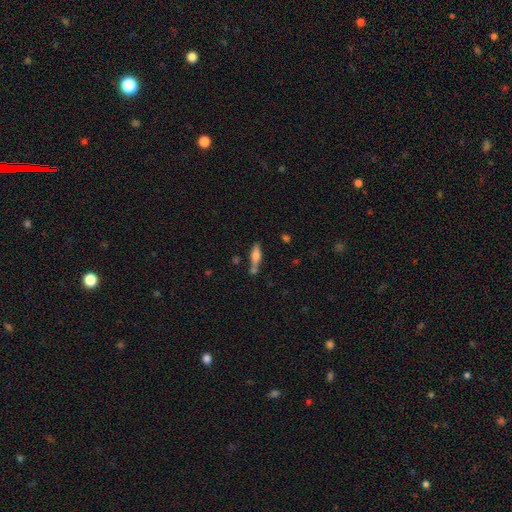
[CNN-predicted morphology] type=smooth (57%); roundness=cigar-shaped (63%); merging=none (54%).